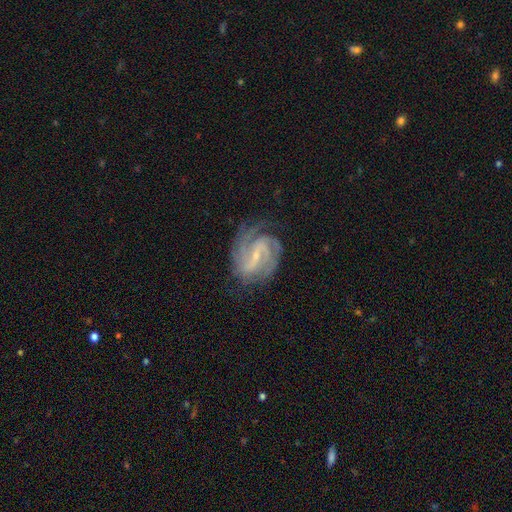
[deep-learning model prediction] This is clearly a featured or disk galaxy (90%). It is clearly not viewed edge-on (97%). Bar: possibly weak (45%). Spiral arm pattern: clearly yes (98%). Spiral arm count: marginally 2 (40%). Spiral winding: possibly tight (47%). Central bulge: likely small (72%). Merging: likely none (73%).